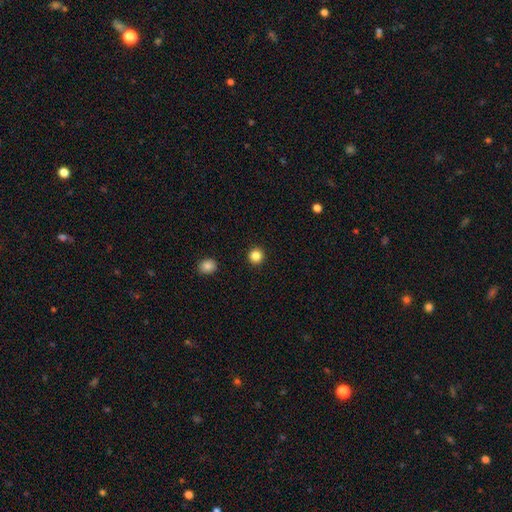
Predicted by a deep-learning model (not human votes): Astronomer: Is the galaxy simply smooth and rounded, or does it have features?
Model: smooth — 85%.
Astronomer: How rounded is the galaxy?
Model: round — 95%.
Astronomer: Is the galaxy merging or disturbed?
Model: none — 93%.